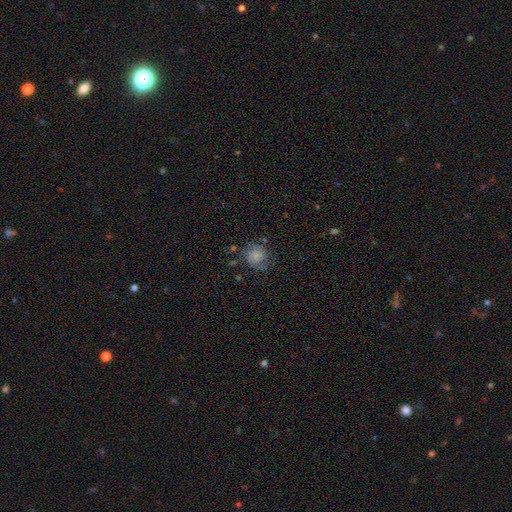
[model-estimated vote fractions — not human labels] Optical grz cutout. It shows a smooth galaxy with no disk features (56%) that is round (75%). Merging: none (56%).